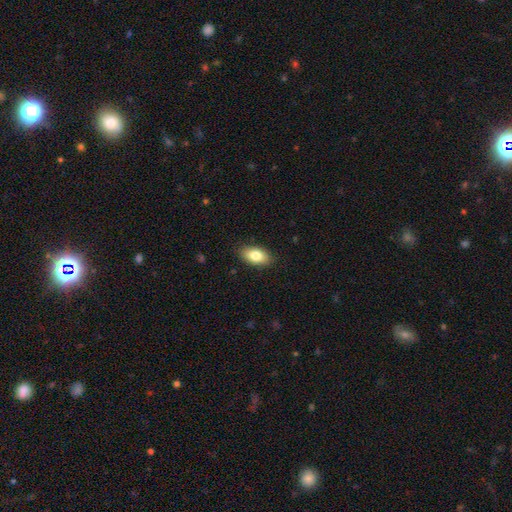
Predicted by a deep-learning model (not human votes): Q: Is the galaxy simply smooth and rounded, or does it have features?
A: smooth — 82%.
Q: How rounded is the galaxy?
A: in between — 92%.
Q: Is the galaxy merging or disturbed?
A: none — 87%.